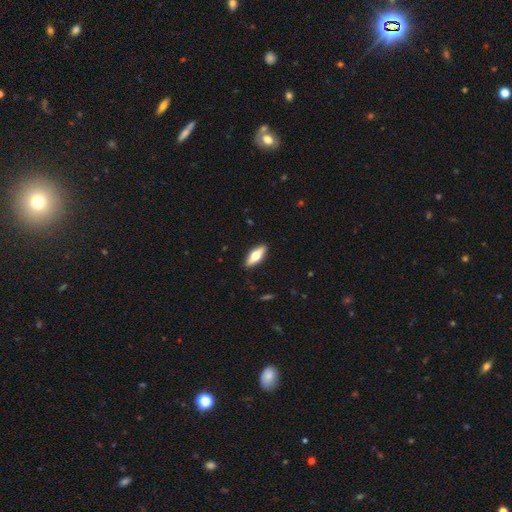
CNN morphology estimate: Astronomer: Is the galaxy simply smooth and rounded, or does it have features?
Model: smooth — 54% (runner-up: featured or disk, 41%).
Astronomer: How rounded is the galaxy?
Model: in between — 60% (runner-up: cigar-shaped, 37%).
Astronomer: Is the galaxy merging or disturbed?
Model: none — 89%.